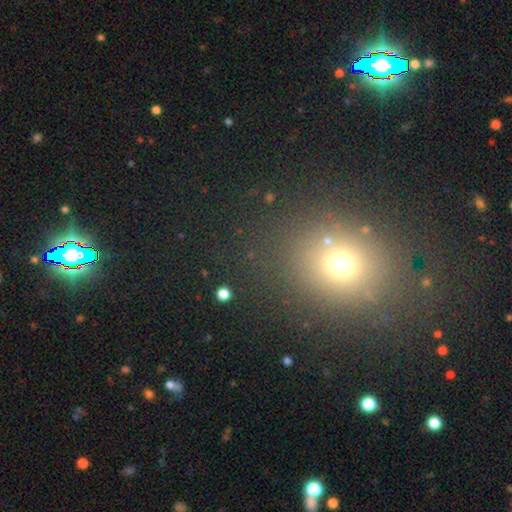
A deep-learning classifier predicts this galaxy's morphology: Smooth or featured: smooth — 50% (star or artifact — 40%)
How rounded: round — 66% (in between — 32%)
Merging: none — 86% (minor disturbance — 8%)